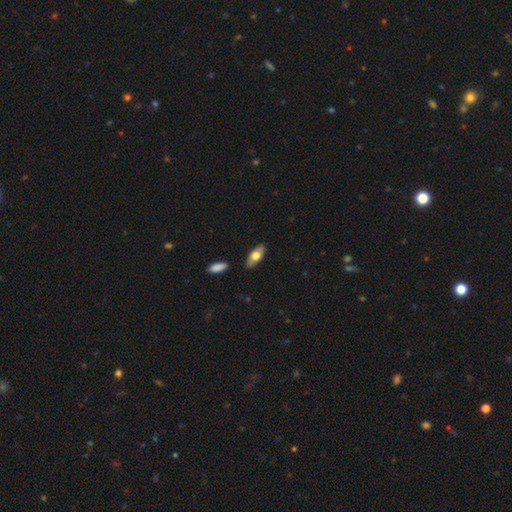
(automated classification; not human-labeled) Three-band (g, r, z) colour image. It shows a smooth galaxy with no disk features (66%) that is in between round and cigar-shaped (85%). Merging: none (85%).